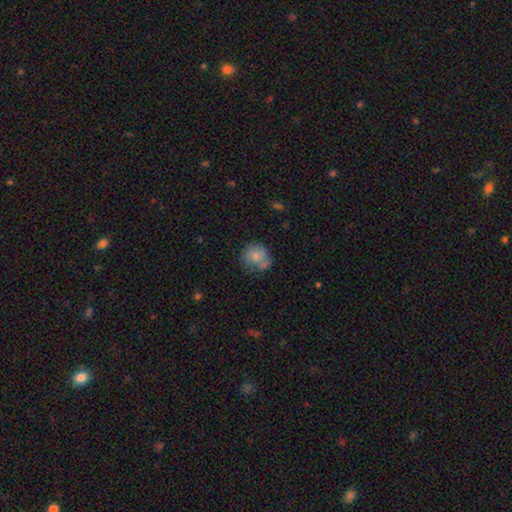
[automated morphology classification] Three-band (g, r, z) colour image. It shows a smooth galaxy with no disk features (61%) that is round (75%). Merging: none (52%).